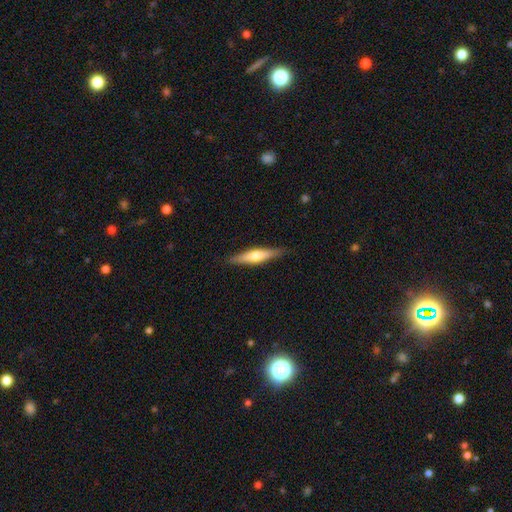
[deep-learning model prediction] A featured or disk galaxy (52%) viewed edge-on (95%). Merging: none (88%).